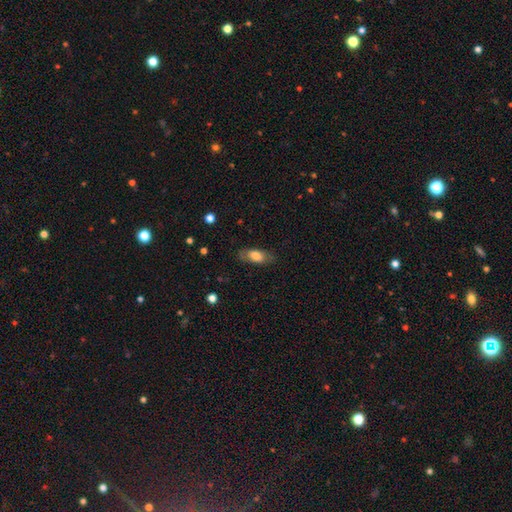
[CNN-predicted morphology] A smooth galaxy with no disk features (70%) that is in between round and cigar-shaped (82%).

Vote fractions:
- Smooth or featured? smooth: 70% / featured or disk: 23% / star or artifact: 7%
- How rounded? in between: 82% / cigar-shaped: 14% / round: 4%
- Merging? none: 77% / minor disturbance: 16% / major disturbance: 6% / merger: 1%